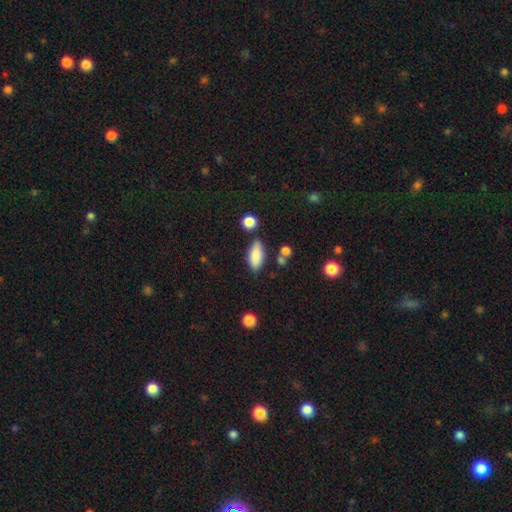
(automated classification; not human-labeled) smooth_or_featured: smooth (p=0.83) [alt: featured or disk p=0.10]
how_rounded: in between (p=0.80) [alt: cigar-shaped p=0.17]
merging: none (p=0.73) [alt: minor disturbance p=0.17]